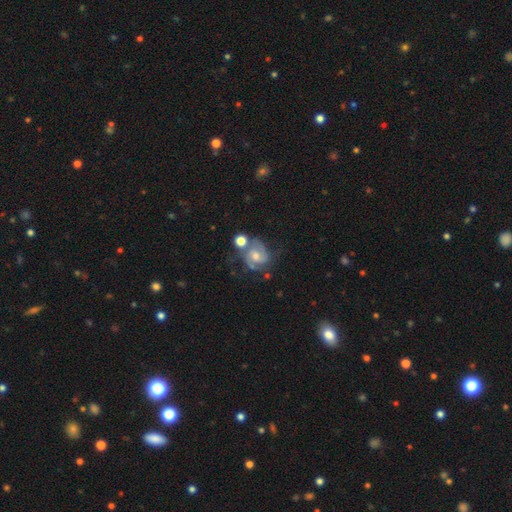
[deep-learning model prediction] smooth-or-featured: featured or disk: 76% | smooth: 15% | star or artifact: 9%
  disk-edge-on: no: 98% | yes: 2%
    bar: no: 50% | weak: 41% | strong: 9%
    has-spiral-arms: yes: 93% | no: 7%
      spiral-winding: medium: 47% | tight: 40% | loose: 14%
      spiral-arm-count: 2: 70% | can't tell: 13% | 3: 10% | 1: 3% | 4: 2% | more than 4: 2%
    bulge-size: moderate: 61% | small: 30% | large: 5% | none: 3% | dominant: 1%
  merging: none: 54% | minor disturbance: 20% | merger: 15% | major disturbance: 11%